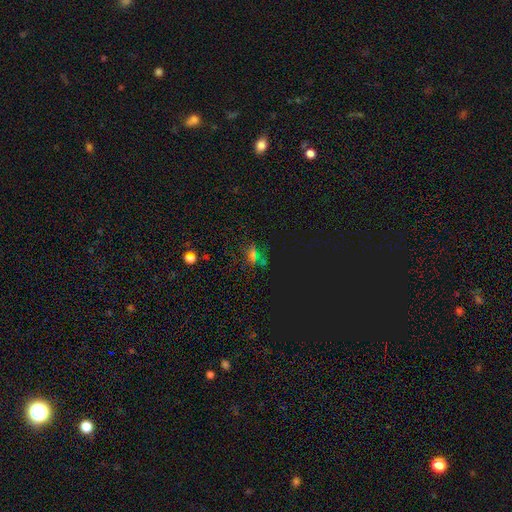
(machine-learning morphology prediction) Overall: star or artifact (54%; smooth 34%).